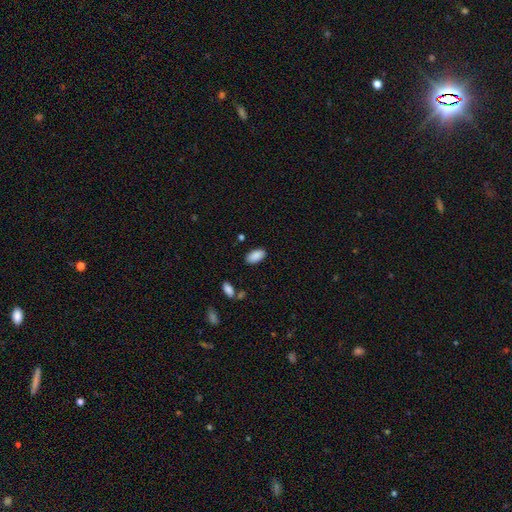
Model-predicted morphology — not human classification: smooth-or-featured: smooth: 89% | star or artifact: 7% | featured or disk: 4%
  how-rounded: in between: 95% | cigar-shaped: 3% | round: 3%
  merging: none: 86% | minor disturbance: 10% | major disturbance: 2% | merger: 2%